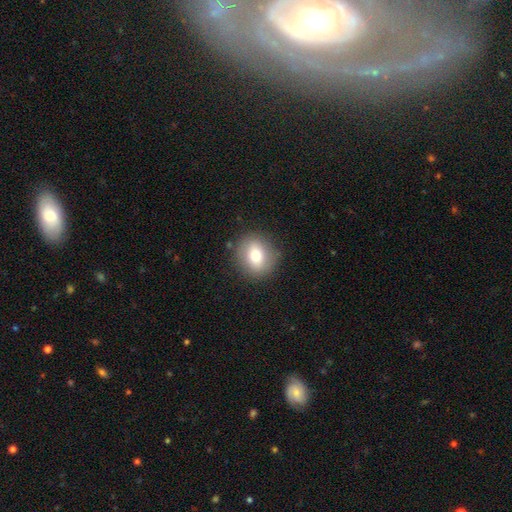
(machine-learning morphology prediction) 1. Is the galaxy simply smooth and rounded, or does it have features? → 74% smooth, 17% featured or disk, 9% star or artifact.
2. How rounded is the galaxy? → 75% round, 24% in between, 1% cigar-shaped.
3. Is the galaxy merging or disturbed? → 86% none, 9% minor disturbance, 3% major disturbance, 1% merger.